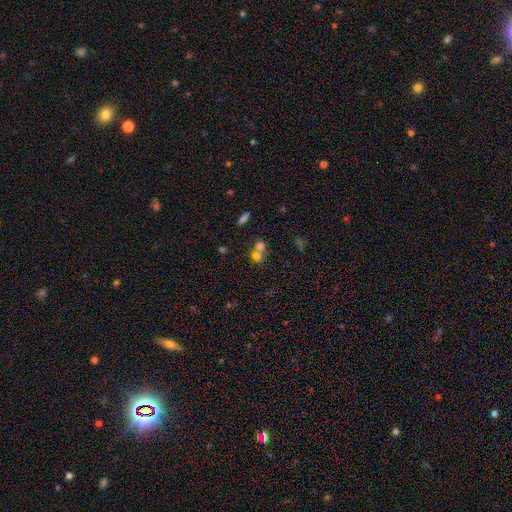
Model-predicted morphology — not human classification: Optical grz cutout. It shows a smooth galaxy with no disk features (65%) that is round (63%). Merging: merger (57%).